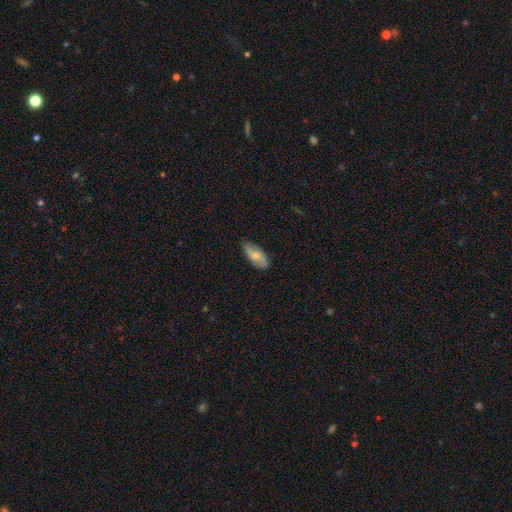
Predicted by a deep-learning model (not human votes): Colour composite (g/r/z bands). It shows a smooth galaxy with no disk features (65%) that is in between round and cigar-shaped (87%). Merging: none (81%).